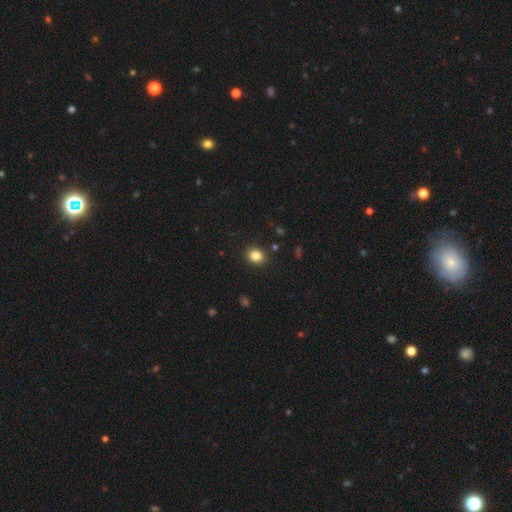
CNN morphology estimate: Smooth or featured?
  - smooth: 84% *
  - star or artifact: 10%
  - featured or disk: 5%
How rounded?
  - round: 65% *
  - in between: 34%
  - cigar-shaped: 1%
Merging?
  - none: 90% *
  - minor disturbance: 7%
  - major disturbance: 2%
  - merger: 1%